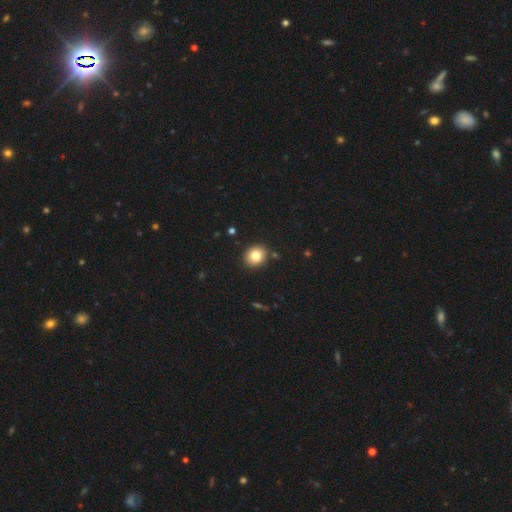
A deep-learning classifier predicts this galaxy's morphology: Overall: smooth (81%). How rounded: round (74%). Merging: none (90%).